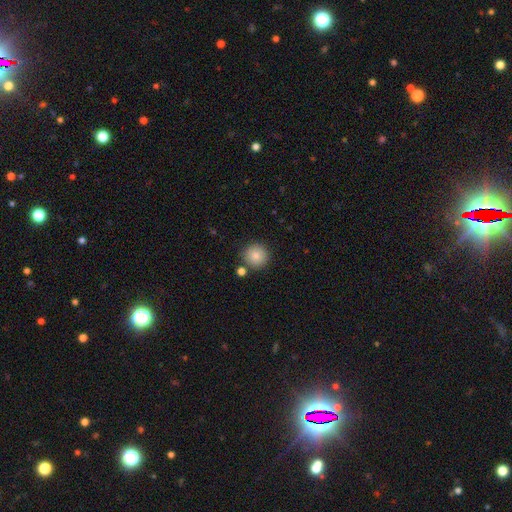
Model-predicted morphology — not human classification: Overall: smooth (83%). How rounded: round (95%). Merging: none (84%).